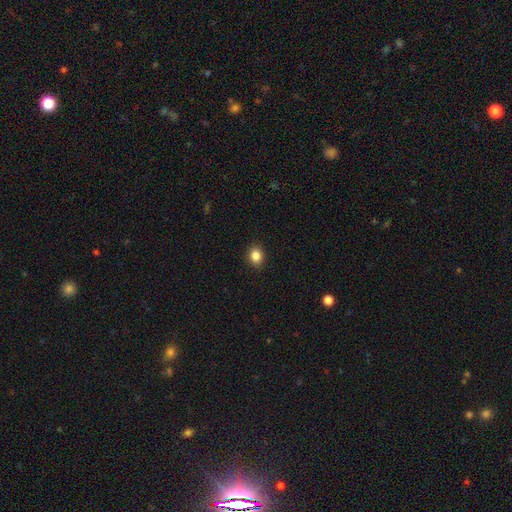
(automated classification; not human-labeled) Smooth or featured? Predicted: smooth (p=0.85). How rounded? Predicted: round (p=0.59). Merging? Predicted: none (p=0.91).